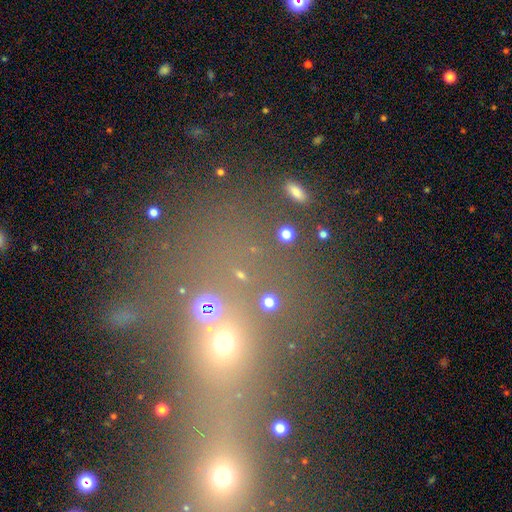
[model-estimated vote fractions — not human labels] smooth_or_featured: star or artifact (p=0.50) [alt: smooth p=0.33]